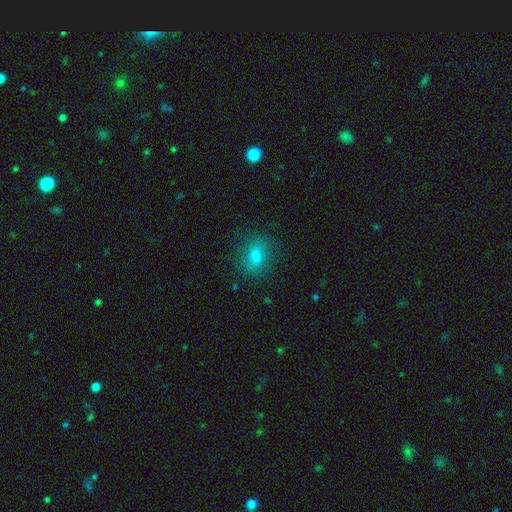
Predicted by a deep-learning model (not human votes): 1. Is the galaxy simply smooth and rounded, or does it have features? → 75% smooth, 13% star or artifact, 12% featured or disk.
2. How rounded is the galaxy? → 51% in between, 47% round, 2% cigar-shaped.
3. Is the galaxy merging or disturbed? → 82% none, 13% minor disturbance, 4% major disturbance, 1% merger.